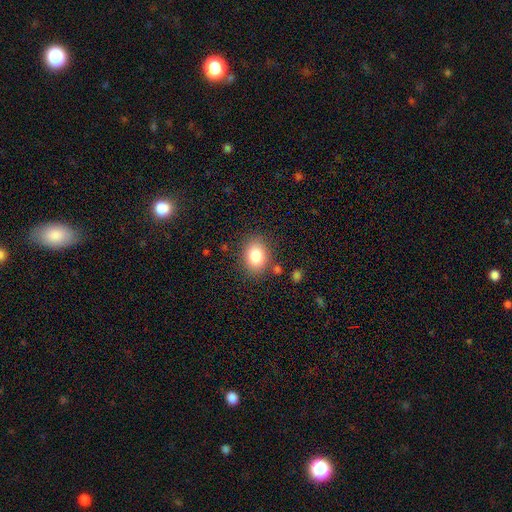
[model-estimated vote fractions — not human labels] Smooth or featured? smooth (85%)
How rounded? in between (68%)
Merging? none (81%)